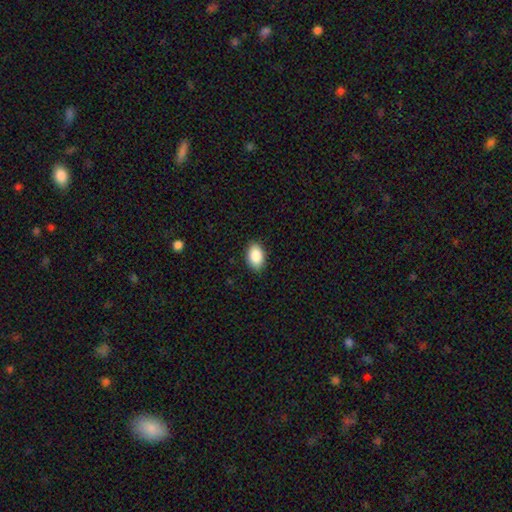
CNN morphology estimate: Smooth or featured? smooth (89%)
How rounded? in between (91%)
Merging? none (88%)